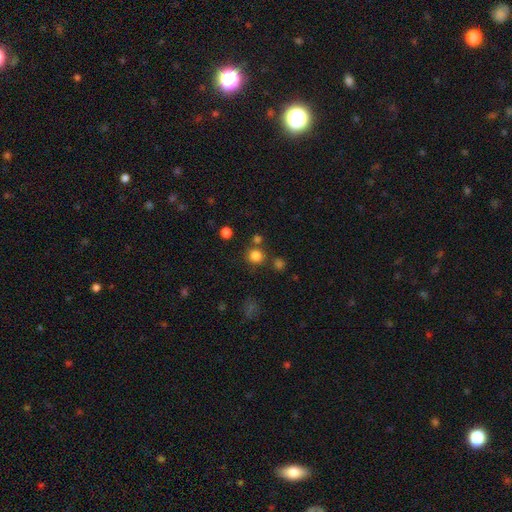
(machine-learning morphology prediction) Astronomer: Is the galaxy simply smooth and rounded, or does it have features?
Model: smooth — 81%.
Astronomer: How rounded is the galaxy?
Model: round — 91%.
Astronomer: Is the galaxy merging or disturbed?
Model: none — 77%.